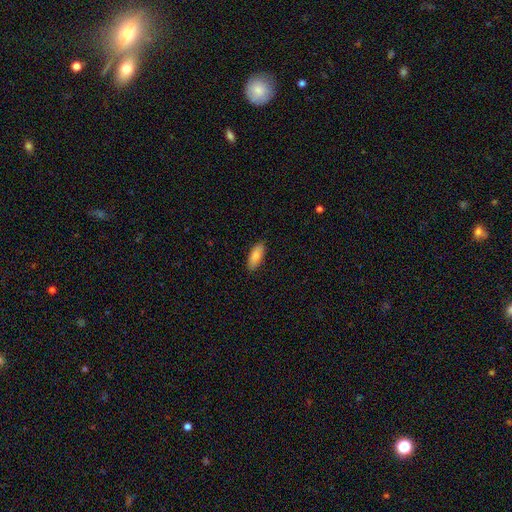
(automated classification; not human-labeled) Overall: smooth (85%). How rounded: in between (74%). Merging: none (88%).